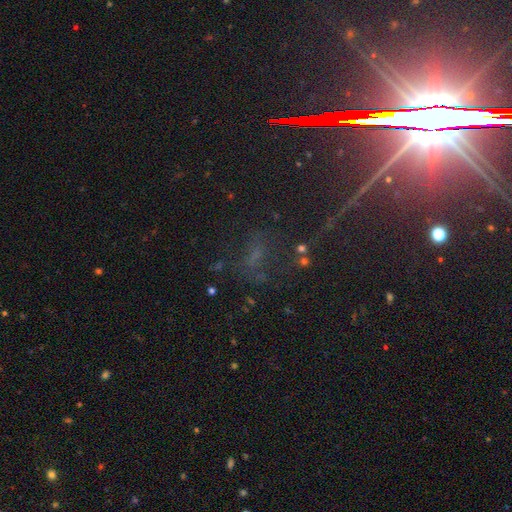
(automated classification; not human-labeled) Smooth or featured: star or artifact — 63% (featured or disk — 20%)